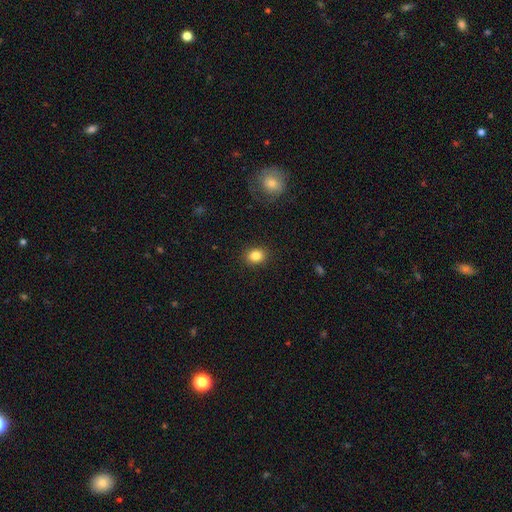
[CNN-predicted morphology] A smooth galaxy with no disk features (84%) that is round (51%).

Vote fractions:
- Smooth or featured? smooth: 84% / star or artifact: 10% / featured or disk: 6%
- How rounded? round: 51% / in between: 48% / cigar-shaped: 1%
- Merging? none: 89% / minor disturbance: 8% / major disturbance: 2% / merger: 1%